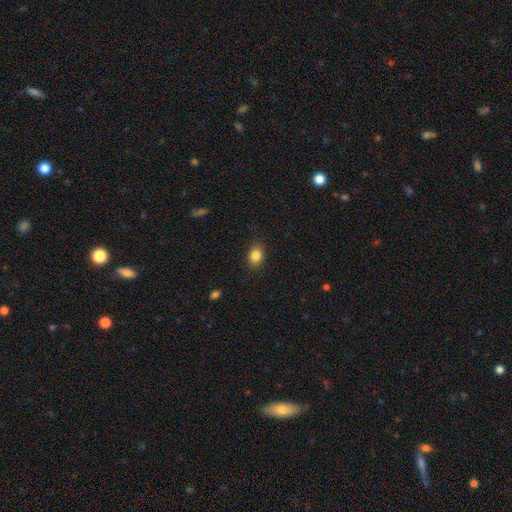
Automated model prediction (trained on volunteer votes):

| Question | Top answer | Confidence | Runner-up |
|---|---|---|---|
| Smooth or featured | smooth | 84% | star or artifact (10%) |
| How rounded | in between | 66% | round (33%) |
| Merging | none | 86% | minor disturbance (10%) |